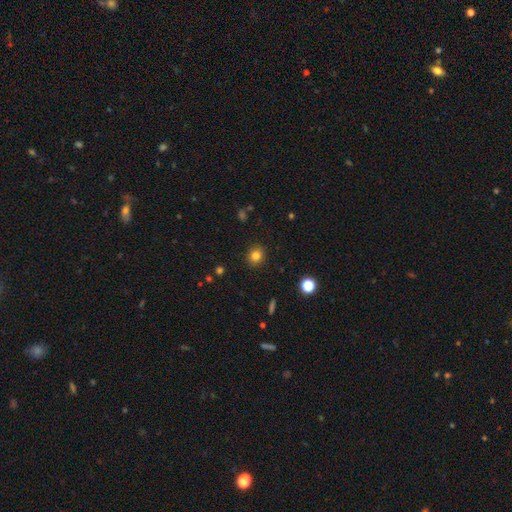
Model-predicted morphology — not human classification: Overall: smooth (82%). How rounded: round (78%). Merging: none (90%).